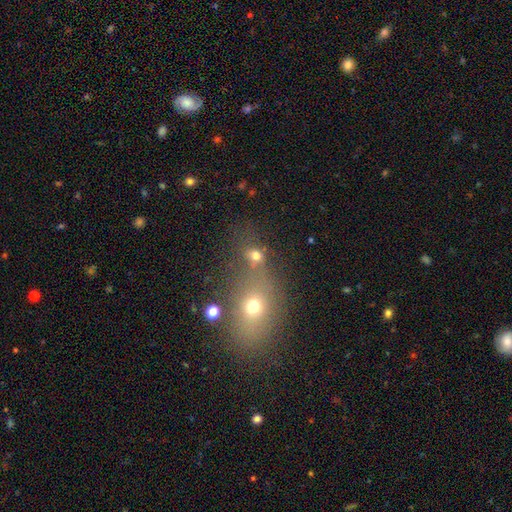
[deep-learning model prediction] A smooth galaxy with no disk features (66%) that is round (70%).

Vote fractions:
- Smooth or featured? smooth: 66% / star or artifact: 22% / featured or disk: 12%
- How rounded? round: 70% / in between: 28% / cigar-shaped: 2%
- Merging? none: 44% / merger: 40% / minor disturbance: 9% / major disturbance: 8%